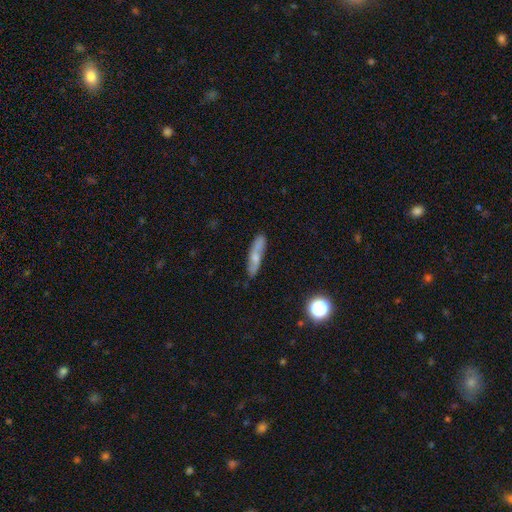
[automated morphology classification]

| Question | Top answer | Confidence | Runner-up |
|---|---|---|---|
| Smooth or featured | smooth | 47% | featured or disk (44%) |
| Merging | none | 79% | minor disturbance (16%) |